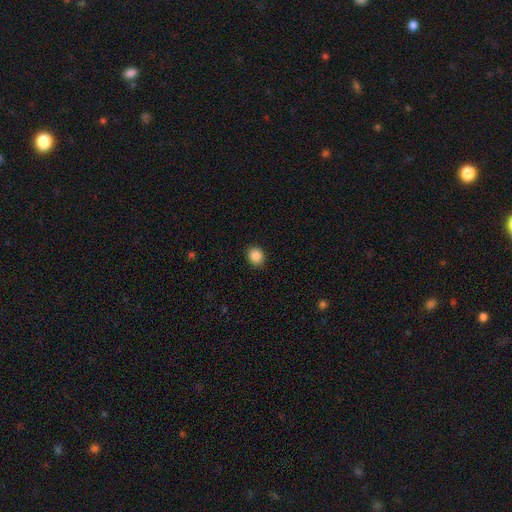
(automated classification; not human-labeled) Smooth or featured? smooth (87%)
How rounded? round (69%)
Merging? none (90%)